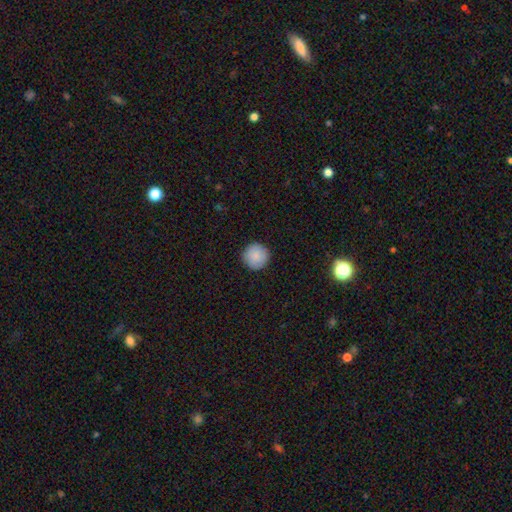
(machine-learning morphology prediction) smooth-or-featured: smooth: 87% | star or artifact: 7% | featured or disk: 6%
  how-rounded: round: 96% | in between: 3% | cigar-shaped: 1%
  merging: none: 91% | minor disturbance: 6% | major disturbance: 2% | merger: 1%